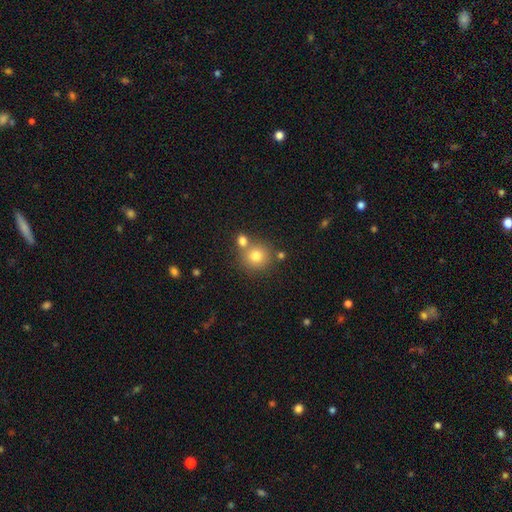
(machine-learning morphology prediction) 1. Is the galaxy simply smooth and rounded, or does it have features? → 78% smooth, 12% star or artifact, 10% featured or disk.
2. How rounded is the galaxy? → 90% round, 9% in between, 1% cigar-shaped.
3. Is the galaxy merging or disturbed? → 63% none, 25% merger, 9% minor disturbance, 3% major disturbance.